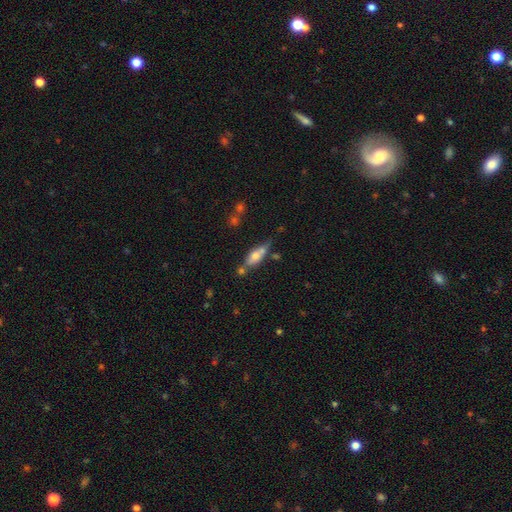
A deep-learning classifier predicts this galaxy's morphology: smooth 55%, featured or disk 36%, star or artifact 9%. Down the decision tree: how rounded — in between (63%); merging — none (47%).